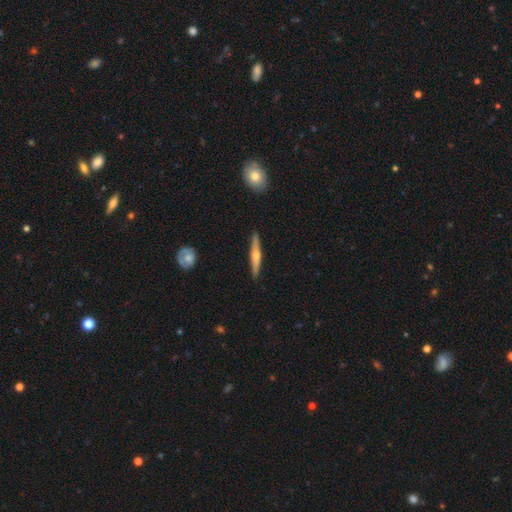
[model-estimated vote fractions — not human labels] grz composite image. It shows a featured or disk galaxy (64%) viewed edge-on (97%) with a rounded central bulge (87%). Merging: none (90%).